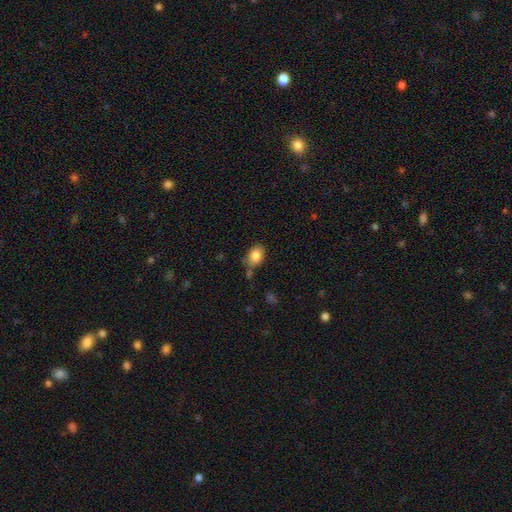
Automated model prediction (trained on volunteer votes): A smooth galaxy with no disk features (84%) that is in between round and cigar-shaped (68%). Merging: none (70%).